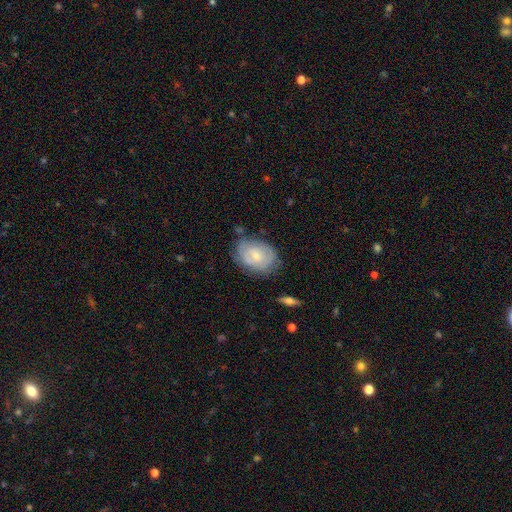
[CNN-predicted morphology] A smooth galaxy with no disk features (49%).

Vote fractions:
- Smooth or featured? smooth: 49% / featured or disk: 45% / star or artifact: 7%
- Merging? none: 63% / minor disturbance: 26% / major disturbance: 7% / merger: 3%